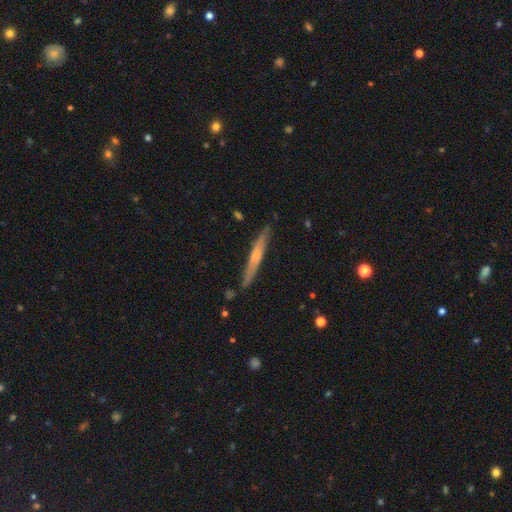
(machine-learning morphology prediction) smooth-or-featured: featured or disk: 51% | smooth: 43% | star or artifact: 6%
  disk-edge-on: yes: 94% | no: 6%
  merging: none: 85% | minor disturbance: 11% | merger: 2% | major disturbance: 2%